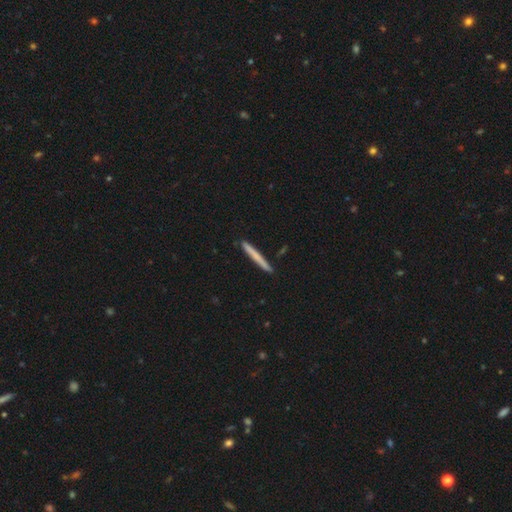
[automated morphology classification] Smooth or featured?
  - smooth: 66% *
  - featured or disk: 29%
  - star or artifact: 5%
How rounded?
  - cigar-shaped: 97% *
  - in between: 2%
  - round: 1%
Merging?
  - none: 91% *
  - minor disturbance: 6%
  - merger: 1%
  - major disturbance: 1%